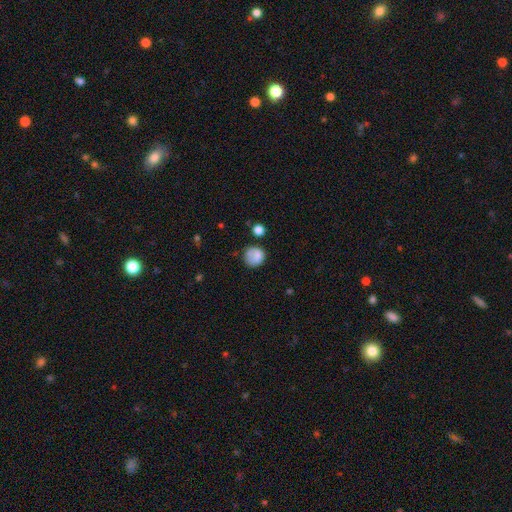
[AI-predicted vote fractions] A smooth galaxy with no disk features (76%) that is round (83%). Merging: none (58%).